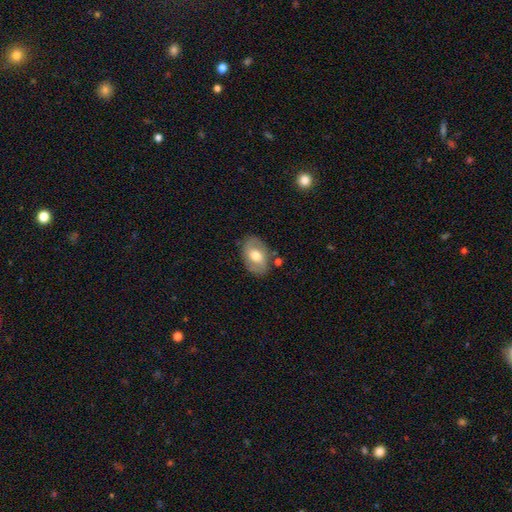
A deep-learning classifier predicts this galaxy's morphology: Smooth or featured: smooth — 50% (featured or disk — 43%)
How rounded: in between — 86% (round — 13%)
Merging: none — 78% (minor disturbance — 15%)